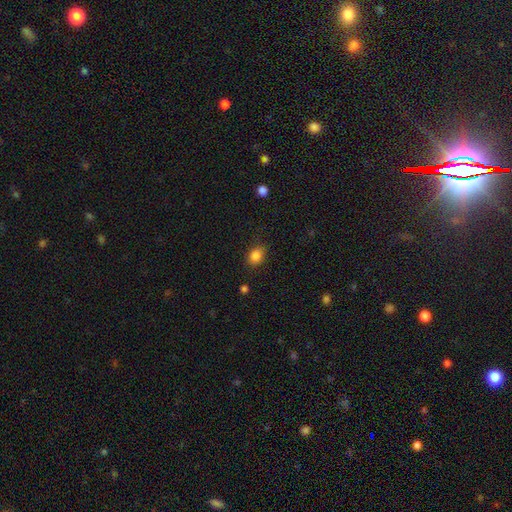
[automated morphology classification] Smooth or featured? smooth (86%)
How rounded? in between (53%)
Merging? none (81%)